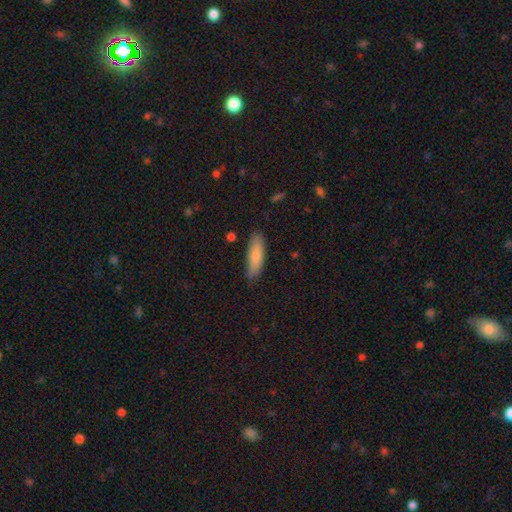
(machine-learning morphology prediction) Smooth or featured?
  - smooth: 81% *
  - featured or disk: 13%
  - star or artifact: 6%
How rounded?
  - cigar-shaped: 54% *
  - in between: 45%
  - round: 2%
Merging?
  - none: 84% *
  - minor disturbance: 13%
  - major disturbance: 2%
  - merger: 1%